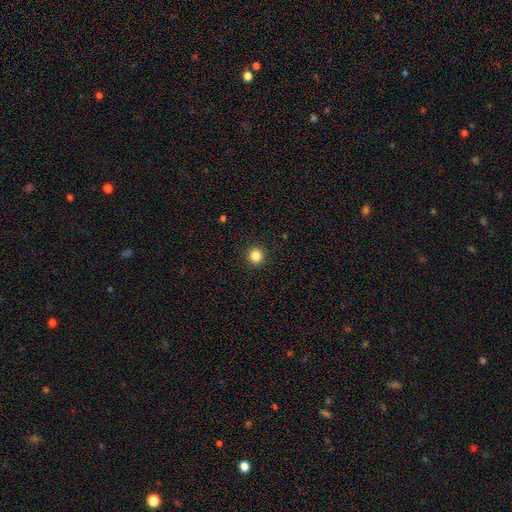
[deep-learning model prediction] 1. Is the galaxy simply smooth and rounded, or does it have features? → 85% smooth, 11% star or artifact, 4% featured or disk.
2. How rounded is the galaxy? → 92% round, 7% in between, 1% cigar-shaped.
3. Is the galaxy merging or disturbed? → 92% none, 5% minor disturbance, 2% major disturbance, 1% merger.